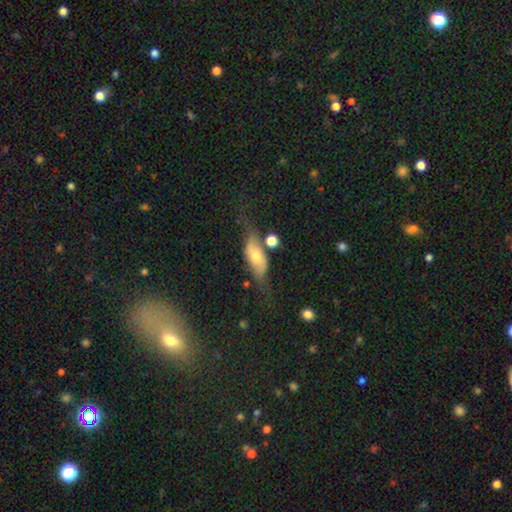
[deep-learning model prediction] Smooth or featured: smooth — 49% (featured or disk — 43%)
Merging: none — 51% (minor disturbance — 25%)